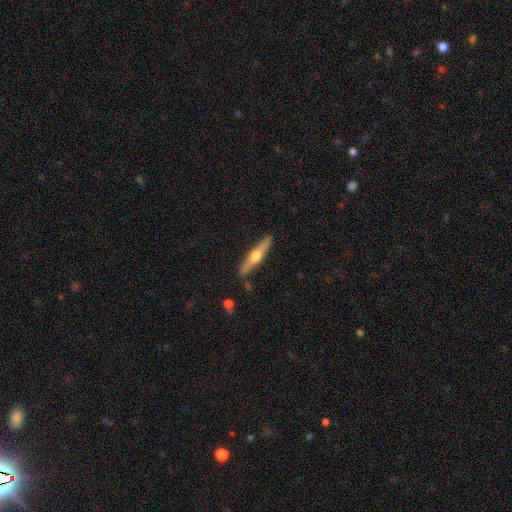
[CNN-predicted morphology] Overall: featured or disk (66%; smooth 29%). Edge-on disk: yes (96%). Edge-on bulge: rounded (93%). Merging: none (86%).